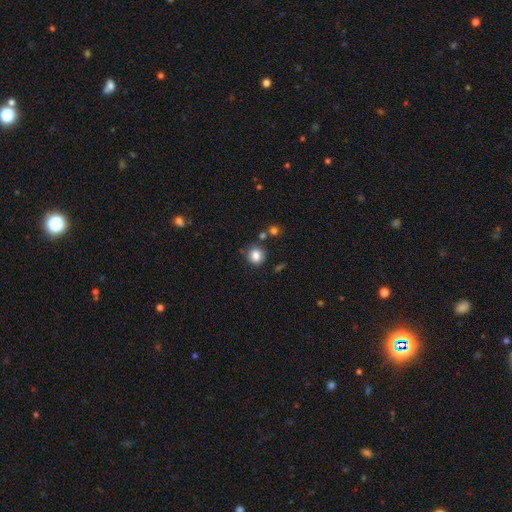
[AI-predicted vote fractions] A smooth galaxy with no disk features (83%) that is round (87%). Merging: none (81%).